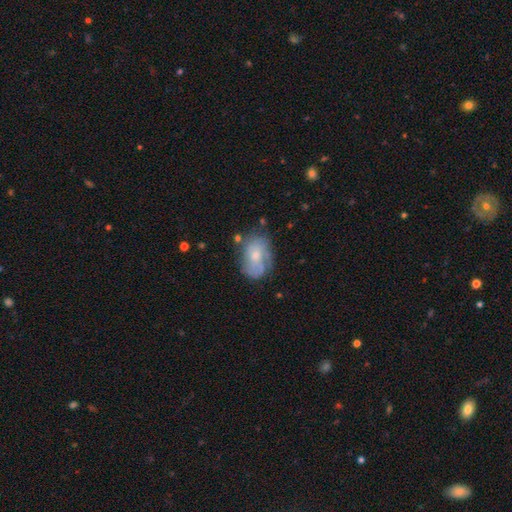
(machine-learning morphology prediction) A featured or disk galaxy (56%) with no bar (76%), spiral arms (70%) and a moderate central bulge (46%).

Vote fractions:
- Smooth or featured? featured or disk: 56% / smooth: 36% / star or artifact: 8%
- Edge-on disk? no: 96% / yes: 4%
- Bar? no: 76% / weak: 21% / strong: 3%
- Spiral arms? yes: 70% / no: 30%
- Bulge size? moderate: 46% / small: 43% / none: 5% / large: 4% / dominant: 1%
- Merging? none: 59% / minor disturbance: 26% / major disturbance: 11% / merger: 4%